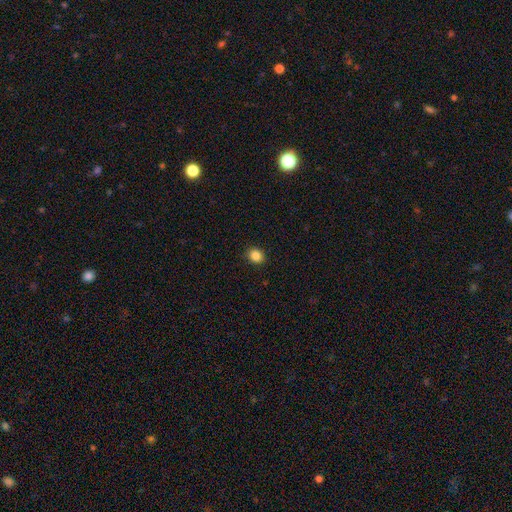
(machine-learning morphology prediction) This appears to be a smooth galaxy with no disk features (86%) that is round (64%). Merging: none (91%).